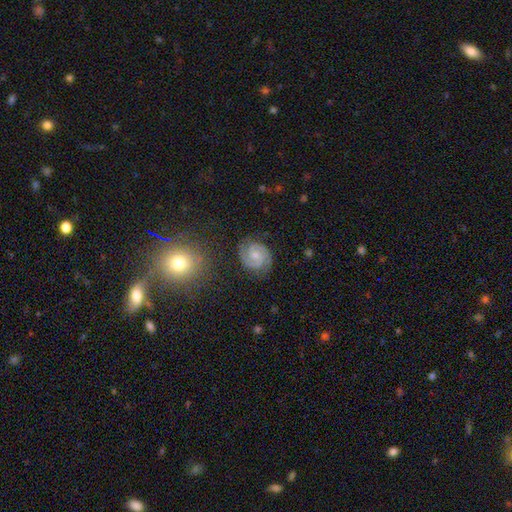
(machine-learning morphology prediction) This is clearly a featured or disk galaxy (88%). It is clearly not viewed edge-on (98%). Bar: possibly no (53%). Spiral arm pattern: clearly yes (98%). Spiral arm count: clearly 2 (92%). Spiral winding: possibly tight (52%). Central bulge: possibly small (52%). Merging: clearly none (83%).